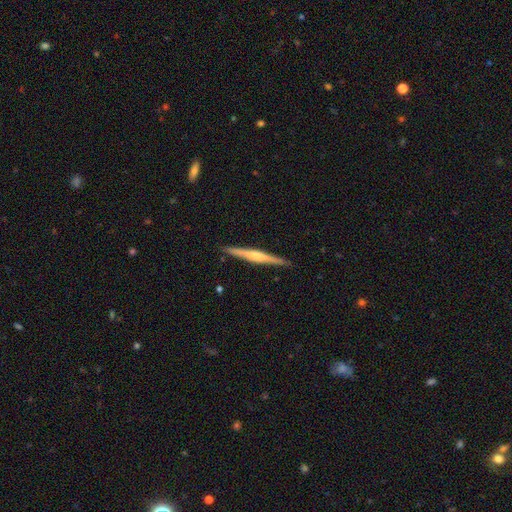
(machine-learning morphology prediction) Smooth or featured? featured or disk (71%)
Edge-on disk? yes (98%)
Edge-on bulge? rounded (72%)
Merging? none (91%)